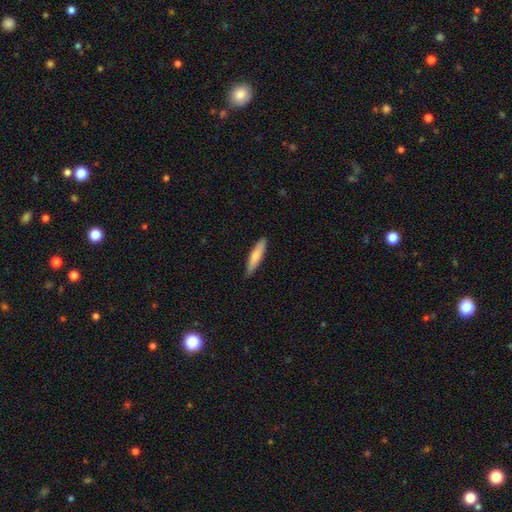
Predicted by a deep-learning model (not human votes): Smooth or featured?
  - smooth: 73% *
  - featured or disk: 22%
  - star or artifact: 5%
How rounded?
  - cigar-shaped: 81% *
  - in between: 18%
  - round: 1%
Merging?
  - none: 86% *
  - minor disturbance: 11%
  - major disturbance: 2%
  - merger: 1%